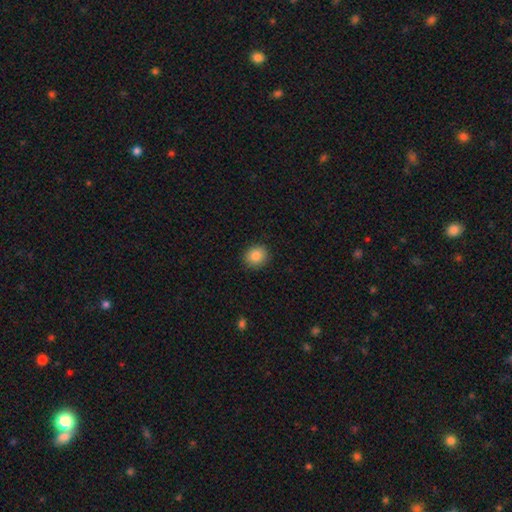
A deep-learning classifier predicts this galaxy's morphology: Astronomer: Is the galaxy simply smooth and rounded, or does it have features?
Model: smooth — 86%.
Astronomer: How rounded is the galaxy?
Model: round — 72%.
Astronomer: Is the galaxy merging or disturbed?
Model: none — 89%.